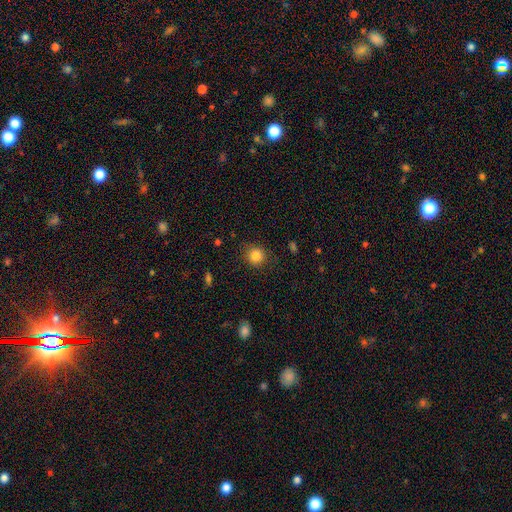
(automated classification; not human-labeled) This appears to be a smooth galaxy with no disk features (84%) that is round (90%). Merging: none (87%).